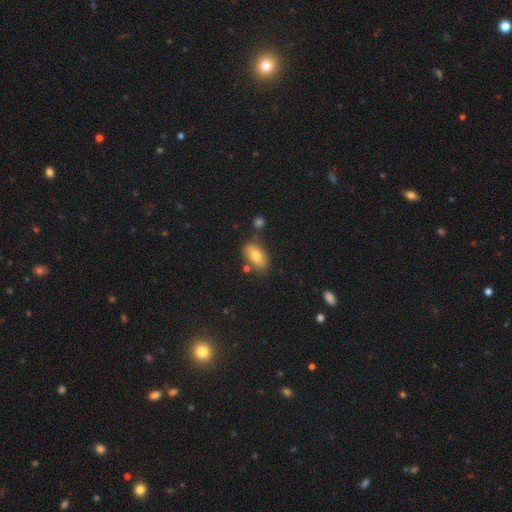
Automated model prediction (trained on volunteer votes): This is likely a smooth galaxy (72%). How rounded: clearly in between (89%). Merging: likely none (73%).